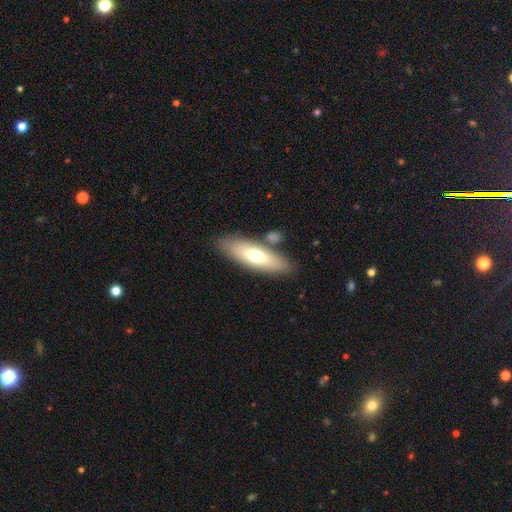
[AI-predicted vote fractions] smooth_or_featured: smooth (p=0.60) [alt: featured or disk p=0.34]
how_rounded: in between (p=0.52) [alt: cigar-shaped p=0.46]
merging: none (p=0.78) [alt: minor disturbance p=0.11]